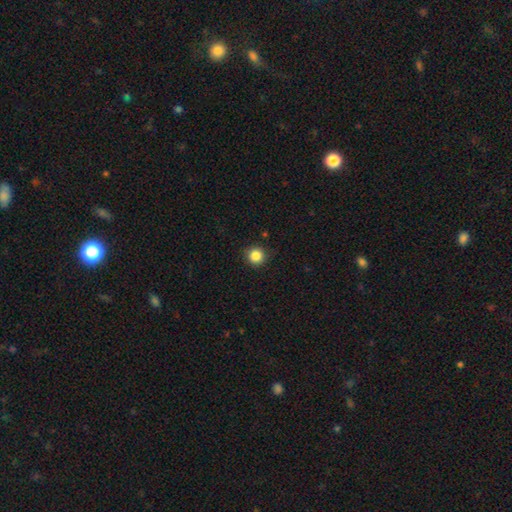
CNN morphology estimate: Q: Smooth or featured?
A: smooth (86%); runner-up: star or artifact (10%)
Q: How rounded?
A: round (94%); runner-up: in between (5%)
Q: Merging?
A: none (90%); runner-up: minor disturbance (7%)